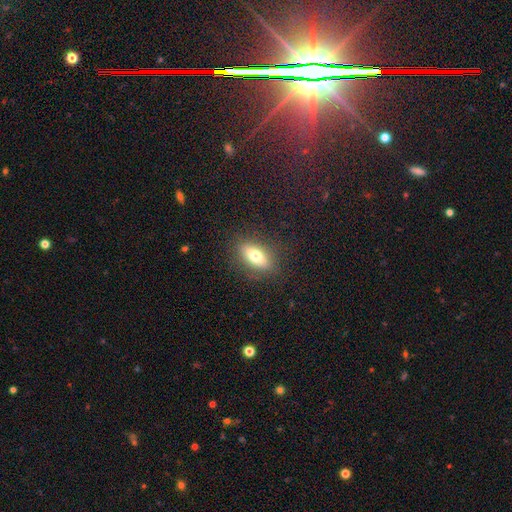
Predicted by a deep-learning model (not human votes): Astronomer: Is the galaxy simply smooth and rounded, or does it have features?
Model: smooth — 72%.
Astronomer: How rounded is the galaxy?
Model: in between — 79%.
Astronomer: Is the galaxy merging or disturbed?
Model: none — 86%.